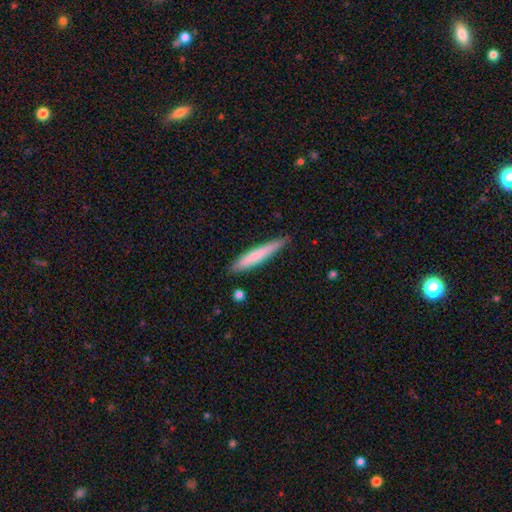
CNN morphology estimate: The model was most divided on "smooth or featured": smooth: 70%, featured or disk: 25%, star or artifact: 5%. More confident: how rounded — cigar-shaped (94%); merging — none (85%).